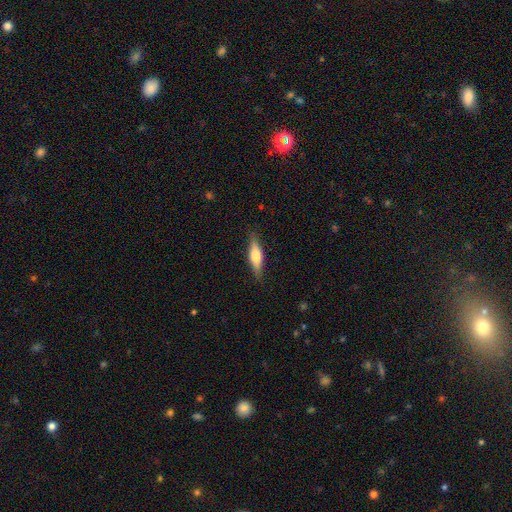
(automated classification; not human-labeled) Overall: smooth (54%; featured or disk 40%). How rounded: cigar-shaped (56%; in between 41%). Merging: none (84%).